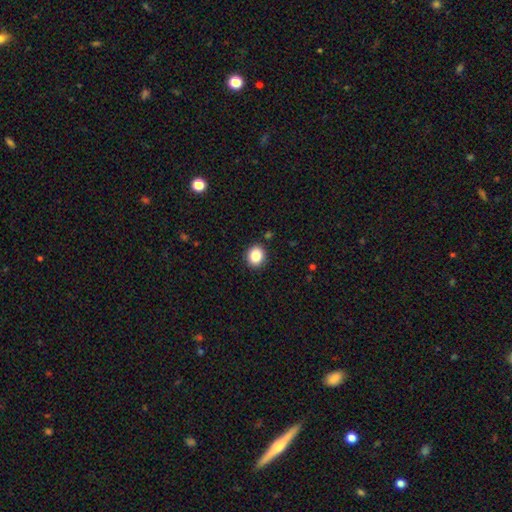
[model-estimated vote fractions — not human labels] Q: Smooth or featured?
A: smooth (85%); runner-up: star or artifact (10%)
Q: How rounded?
A: round (71%); runner-up: in between (28%)
Q: Merging?
A: none (91%); runner-up: minor disturbance (6%)